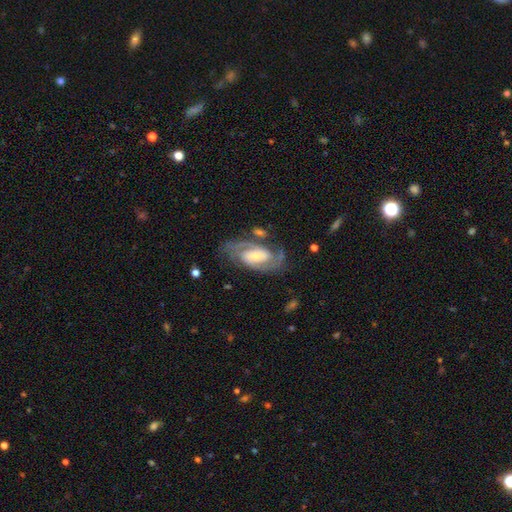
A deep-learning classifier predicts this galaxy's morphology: A featured or disk galaxy (87%) with a weak bar (40%), 2 (87%) medium (47%) spiral arms (96%) and a small central bulge (49%). Merging: none (72%).